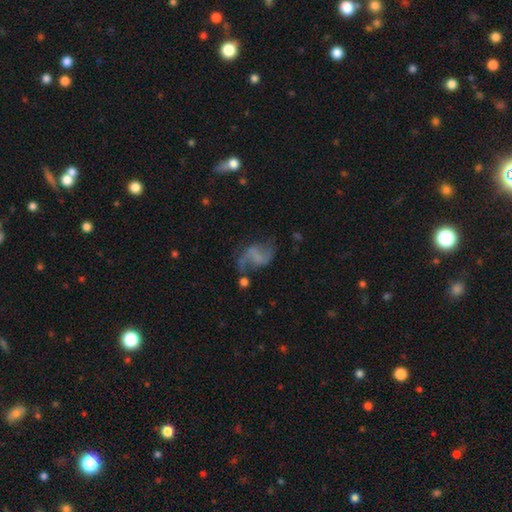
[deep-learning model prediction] smooth_or_featured: featured or disk (p=0.73) [alt: smooth p=0.17]
disk_edge_on: no (p=0.98) [alt: yes p=0.02]
bar: weak (p=0.42) [alt: no p=0.36]
has_spiral_arms: yes (p=0.88) [alt: no p=0.12]
spiral_winding: loose (p=0.70) [alt: medium p=0.25]
spiral_arm_count: 2 (p=0.86) [alt: 1 p=0.08]
bulge_size: none (p=0.68) [alt: small p=0.17]
merging: none (p=0.55) [alt: minor disturbance p=0.20]